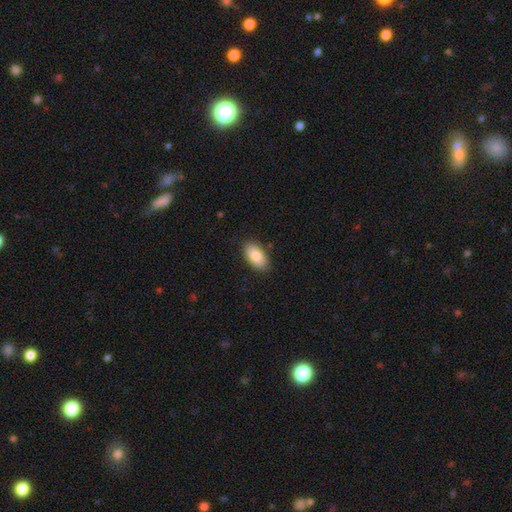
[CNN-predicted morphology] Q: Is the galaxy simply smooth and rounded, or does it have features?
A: smooth — 85%.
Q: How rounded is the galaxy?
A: in between — 94%.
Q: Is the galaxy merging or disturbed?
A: none — 86%.